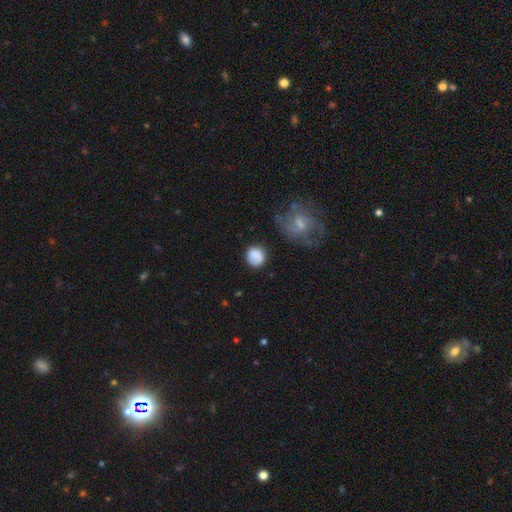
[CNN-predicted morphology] Overall: smooth (80%). How rounded: round (86%). Merging: none (70%).